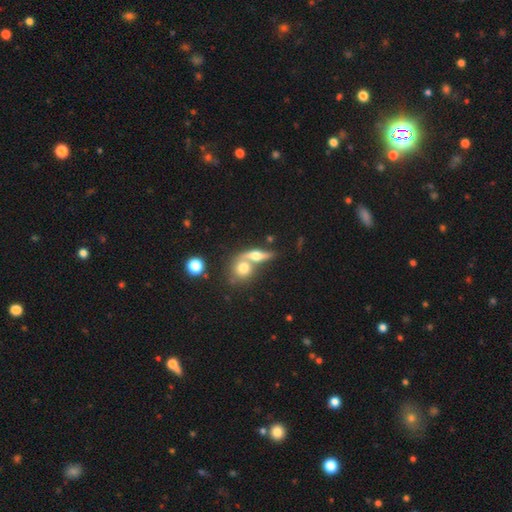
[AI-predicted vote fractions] Smooth or featured: featured or disk — 50% (smooth — 41%)
Edge-on disk: yes — 76% (no — 24%)
Merging: none — 44% (merger — 43%)